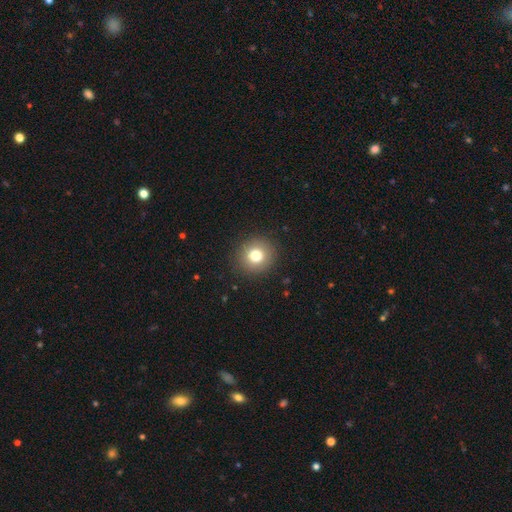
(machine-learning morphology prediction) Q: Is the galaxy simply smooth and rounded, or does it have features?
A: smooth — 77%.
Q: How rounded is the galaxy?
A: round — 93%.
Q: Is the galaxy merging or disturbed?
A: none — 91%.